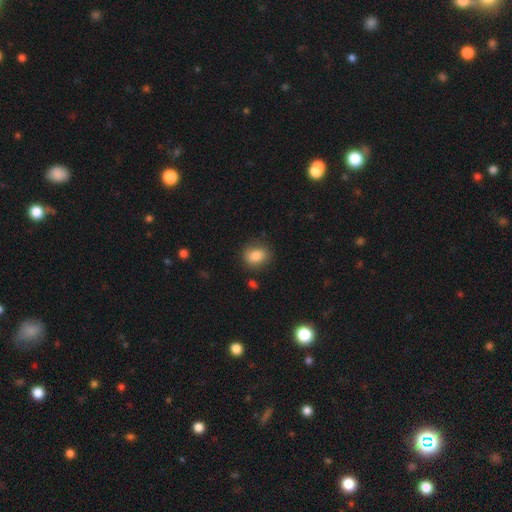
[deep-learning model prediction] smooth 85%, star or artifact 9%, featured or disk 6%. Down the decision tree: how rounded — in between (54%); merging — none (81%).